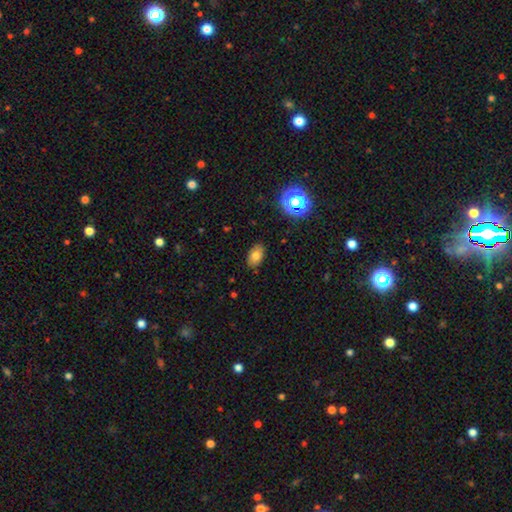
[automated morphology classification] Smooth or featured? smooth (77%)
How rounded? in between (86%)
Merging? none (85%)